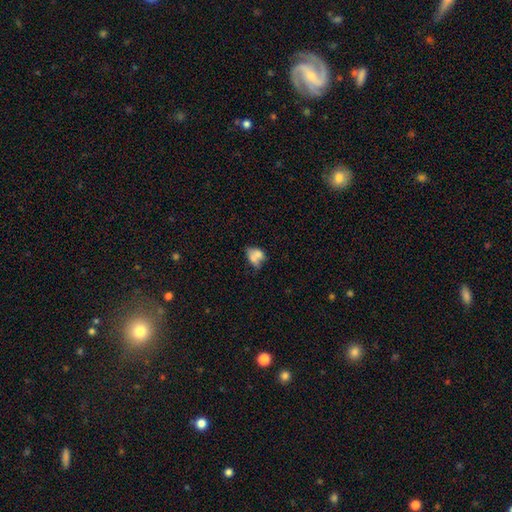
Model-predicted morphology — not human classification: This appears to be a smooth galaxy with no disk features (64%) that is in between round and cigar-shaped (74%). Merging: merger (58%).